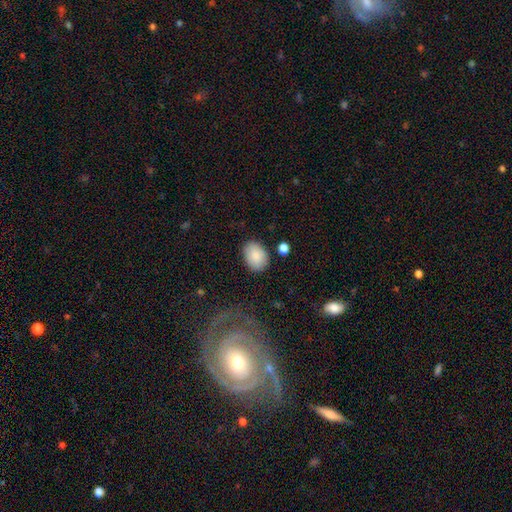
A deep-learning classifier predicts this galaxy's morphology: The model was most divided on "how rounded": in between: 75%, round: 24%, cigar-shaped: 1%. More confident: smooth or featured — smooth (87%); merging — none (82%).